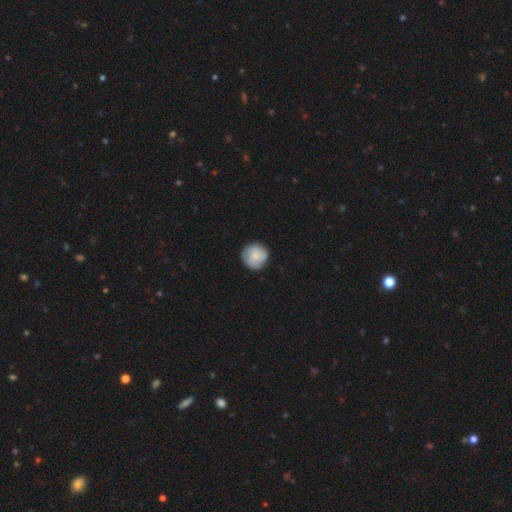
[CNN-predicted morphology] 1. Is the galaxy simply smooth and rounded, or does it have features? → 67% smooth, 26% featured or disk, 7% star or artifact.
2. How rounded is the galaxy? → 94% round, 5% in between, 1% cigar-shaped.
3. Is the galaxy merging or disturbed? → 86% none, 11% minor disturbance, 2% major disturbance, 1% merger.